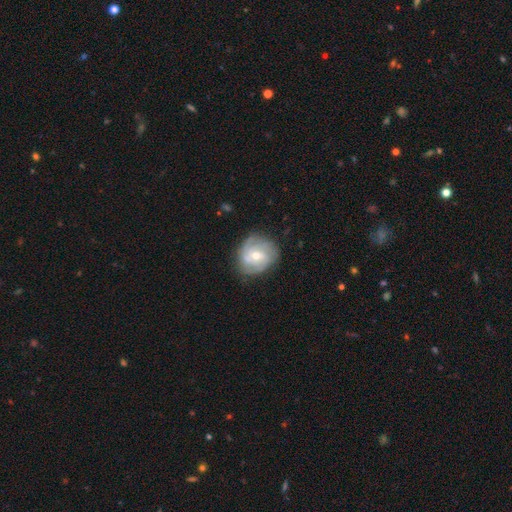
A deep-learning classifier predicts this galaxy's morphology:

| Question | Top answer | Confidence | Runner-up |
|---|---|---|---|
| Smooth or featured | featured or disk | 77% | smooth (17%) |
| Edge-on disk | no | 97% | yes (3%) |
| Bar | no | 57% | weak (36%) |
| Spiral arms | yes | 92% | no (8%) |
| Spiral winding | tight | 58% | medium (32%) |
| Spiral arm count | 3 | 32% | can't tell (28%) |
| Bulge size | moderate | 56% | small (41%) |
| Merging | none | 75% | minor disturbance (18%) |